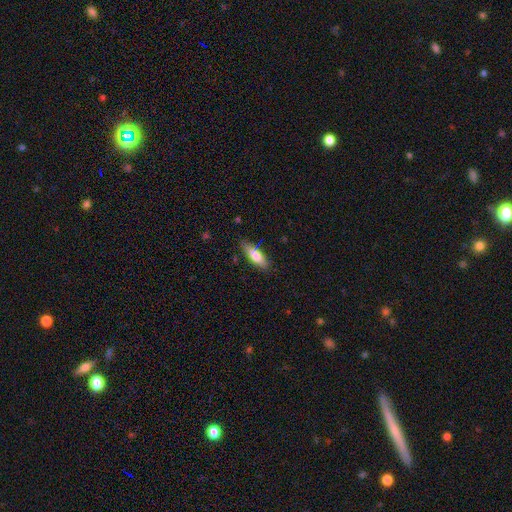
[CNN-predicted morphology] Smooth or featured? smooth (72%)
How rounded? in between (51%)
Merging? none (82%)